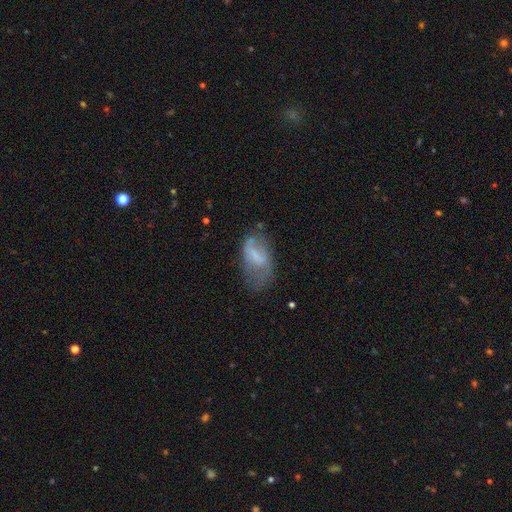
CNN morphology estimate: smooth_or_featured: smooth (p=0.51) [alt: featured or disk p=0.40]
how_rounded: in between (p=0.90) [alt: cigar-shaped p=0.05]
merging: none (p=0.39) [alt: minor disturbance p=0.31]